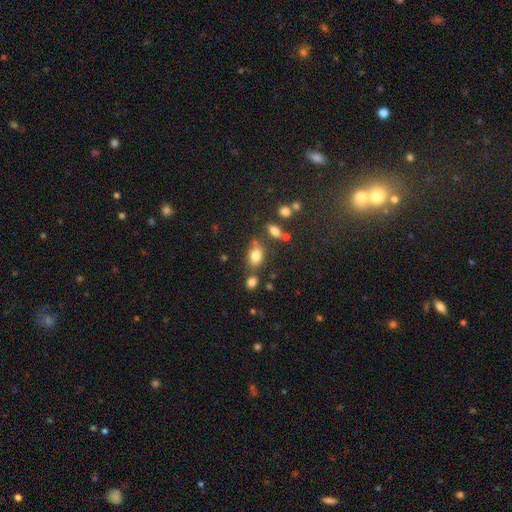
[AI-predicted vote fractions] Smooth or featured?
  - smooth: 79% *
  - star or artifact: 11%
  - featured or disk: 10%
How rounded?
  - in between: 82% *
  - round: 16%
  - cigar-shaped: 2%
Merging?
  - none: 63% *
  - merger: 17%
  - minor disturbance: 16%
  - major disturbance: 5%